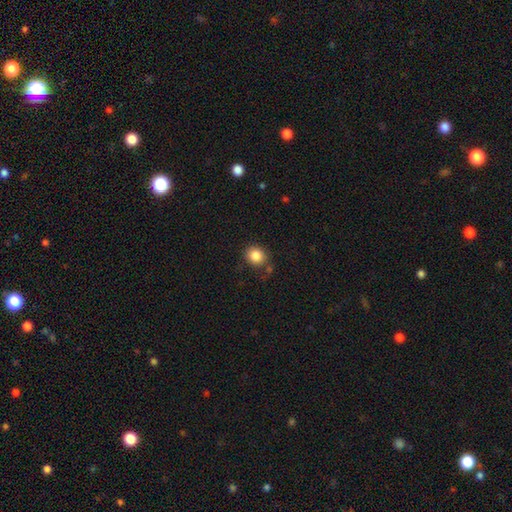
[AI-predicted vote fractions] Overall: smooth (85%). How rounded: round (79%). Merging: none (78%).